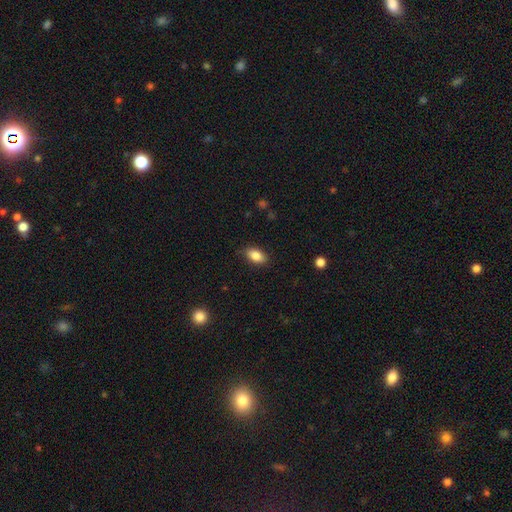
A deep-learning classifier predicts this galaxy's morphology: Q: Smooth or featured?
A: smooth (85%); runner-up: star or artifact (8%)
Q: How rounded?
A: in between (90%); runner-up: round (7%)
Q: Merging?
A: none (84%); runner-up: minor disturbance (12%)